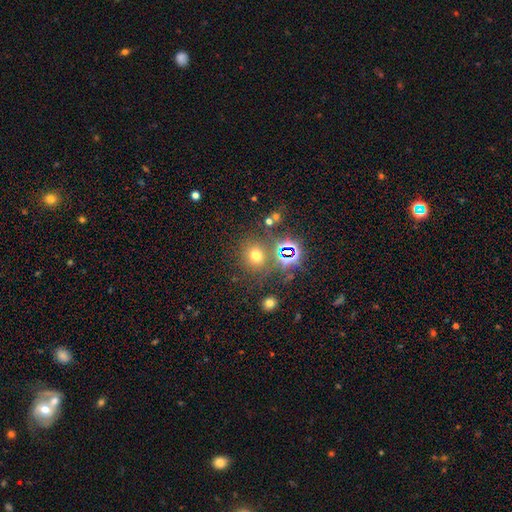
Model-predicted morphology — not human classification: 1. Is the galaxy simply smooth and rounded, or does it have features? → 60% smooth, 31% star or artifact, 9% featured or disk.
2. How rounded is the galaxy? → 83% round, 16% in between, 1% cigar-shaped.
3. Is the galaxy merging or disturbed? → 77% none, 9% minor disturbance, 9% merger, 5% major disturbance.